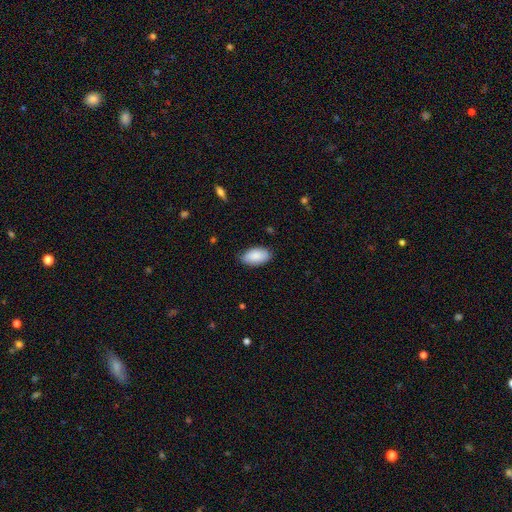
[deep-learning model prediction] This is clearly a smooth galaxy (88%). How rounded: clearly in between (95%). Merging: clearly none (81%).